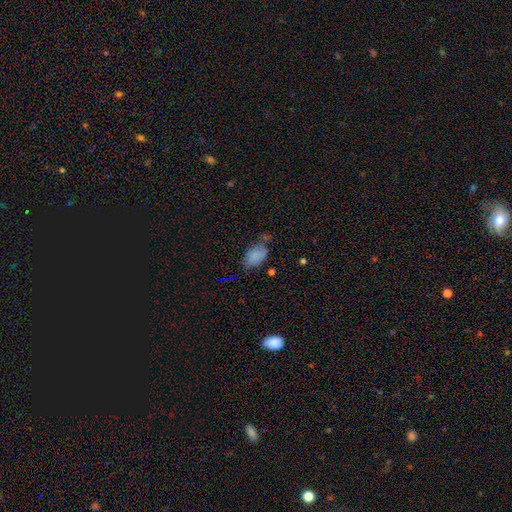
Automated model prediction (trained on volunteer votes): Smooth or featured? Predicted: smooth (p=0.78). How rounded? Predicted: in between (p=0.88). Merging? Predicted: none (p=0.51).